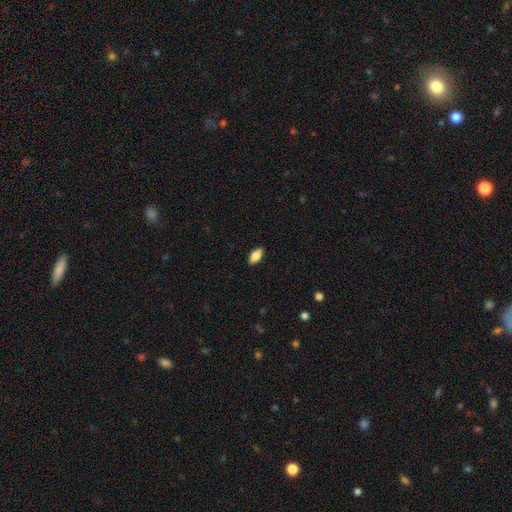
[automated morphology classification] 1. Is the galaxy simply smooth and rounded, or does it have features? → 80% smooth, 13% featured or disk, 7% star or artifact.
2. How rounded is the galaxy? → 89% in between, 8% cigar-shaped, 3% round.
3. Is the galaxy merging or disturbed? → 89% none, 8% minor disturbance, 2% major disturbance, 1% merger.